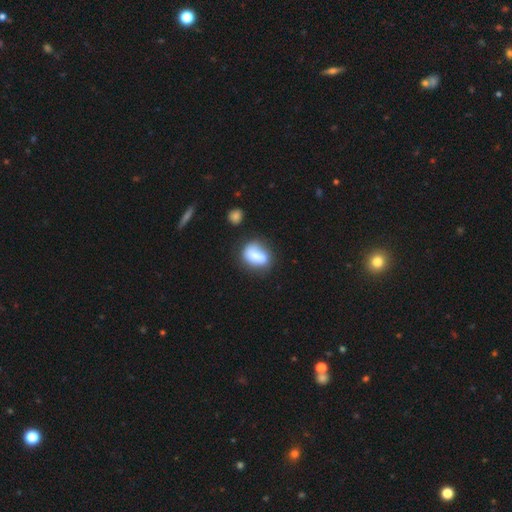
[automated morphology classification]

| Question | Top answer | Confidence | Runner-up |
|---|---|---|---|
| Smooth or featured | smooth | 72% | featured or disk (20%) |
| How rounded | in between | 71% | round (25%) |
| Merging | none | 50% | minor disturbance (25%) |